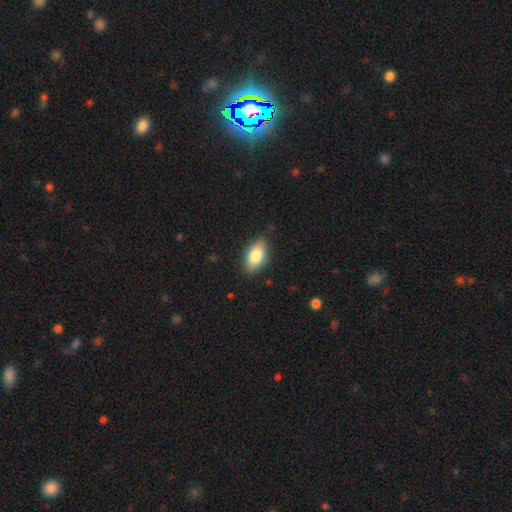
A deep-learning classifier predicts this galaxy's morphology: This is clearly a smooth galaxy (82%). How rounded: clearly in between (91%). Merging: clearly none (80%).